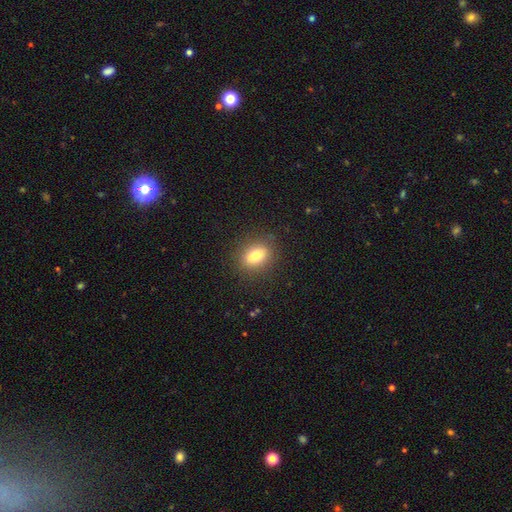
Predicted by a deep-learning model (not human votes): smooth-or-featured: smooth: 79% | featured or disk: 11% | star or artifact: 10%
  how-rounded: in between: 69% | round: 29% | cigar-shaped: 3%
  merging: none: 86% | minor disturbance: 9% | major disturbance: 3% | merger: 1%